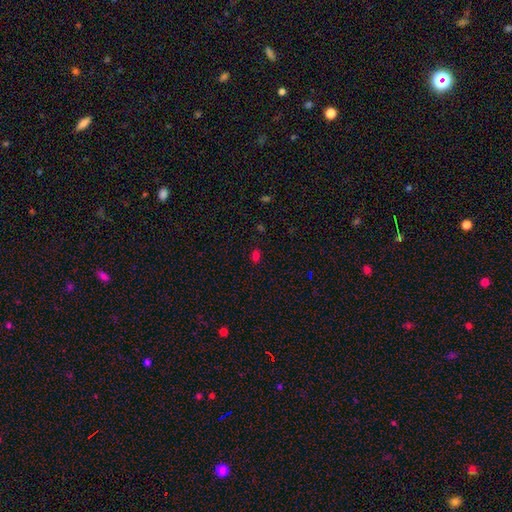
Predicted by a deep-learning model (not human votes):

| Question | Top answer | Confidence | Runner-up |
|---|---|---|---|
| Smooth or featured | smooth | 72% | star or artifact (23%) |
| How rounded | in between | 80% | round (18%) |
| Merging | none | 84% | minor disturbance (11%) |